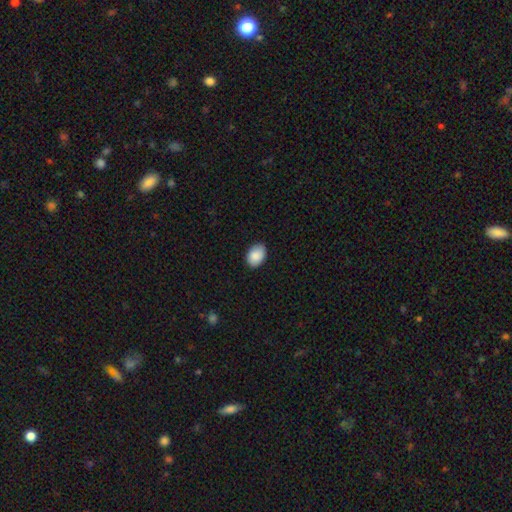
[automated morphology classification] smooth 89%, star or artifact 7%, featured or disk 4%. Down the decision tree: how rounded — in between (83%); merging — none (84%).